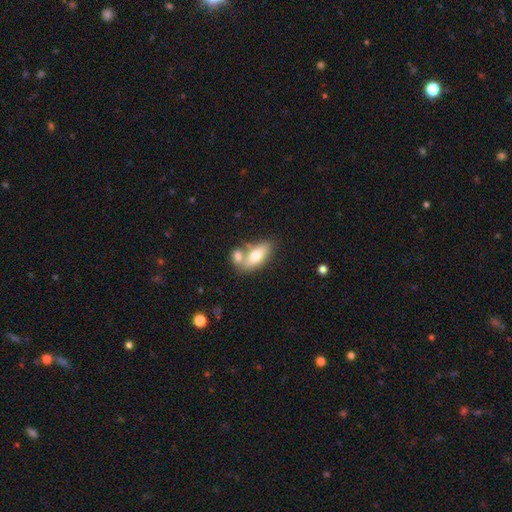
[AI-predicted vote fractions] A smooth galaxy with no disk features (71%) that is in between round and cigar-shaped (86%).

Vote fractions:
- Smooth or featured? smooth: 71% / featured or disk: 23% / star or artifact: 7%
- How rounded? in between: 86% / cigar-shaped: 10% / round: 4%
- Merging? merger: 46% / none: 38% / minor disturbance: 11% / major disturbance: 5%